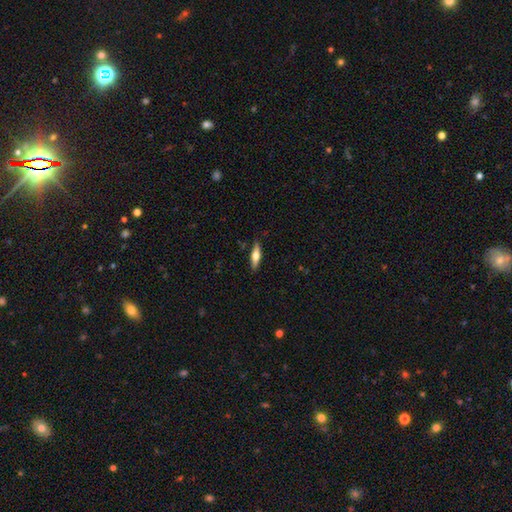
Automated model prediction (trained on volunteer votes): The model was most divided on "smooth or featured": smooth: 48%, featured or disk: 46%, star or artifact: 6%. More confident: merging — none (88%).